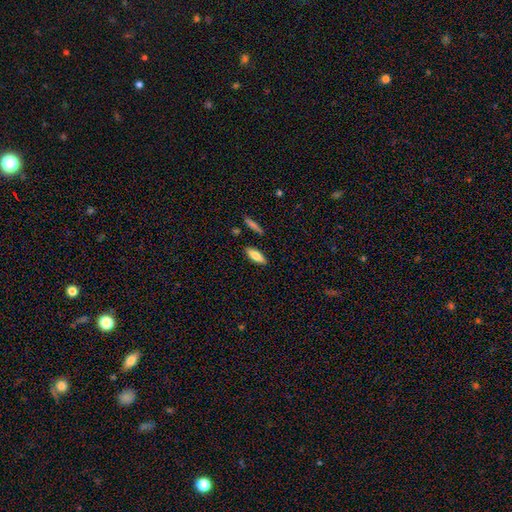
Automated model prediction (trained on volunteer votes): A smooth galaxy with no disk features (79%) that is in between round and cigar-shaped (65%).

Vote fractions:
- Smooth or featured? smooth: 79% / featured or disk: 14% / star or artifact: 6%
- How rounded? in between: 65% / cigar-shaped: 33% / round: 2%
- Merging? none: 84% / minor disturbance: 10% / merger: 3% / major disturbance: 2%